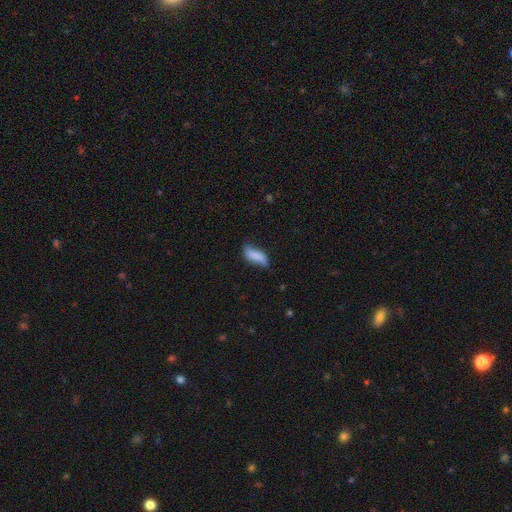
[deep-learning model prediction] A smooth galaxy with no disk features (72%) that is in between round and cigar-shaped (71%).

Vote fractions:
- Smooth or featured? smooth: 72% / featured or disk: 20% / star or artifact: 8%
- How rounded? in between: 71% / cigar-shaped: 27% / round: 3%
- Merging? none: 51% / minor disturbance: 34% / major disturbance: 12% / merger: 3%